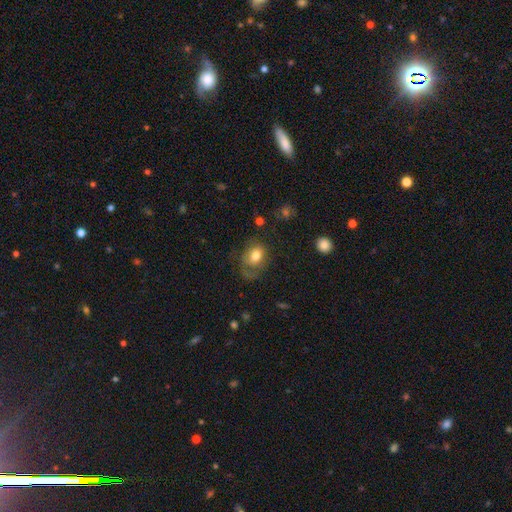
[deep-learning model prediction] This is likely a smooth galaxy (69%). How rounded: likely in between (63%). Merging: possibly none (46%).